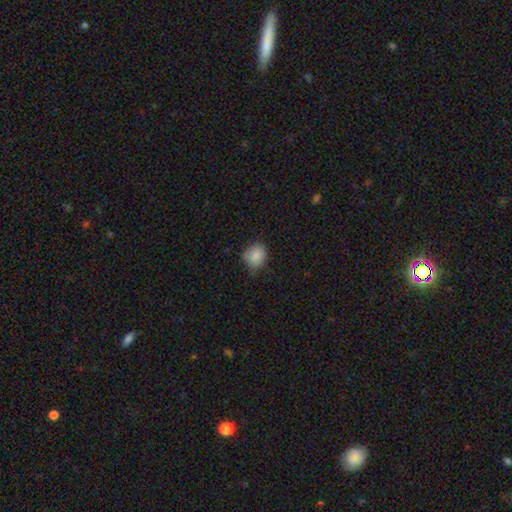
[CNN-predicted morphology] This is clearly a smooth galaxy (85%). How rounded: possibly round (55%). Merging: likely none (67%).